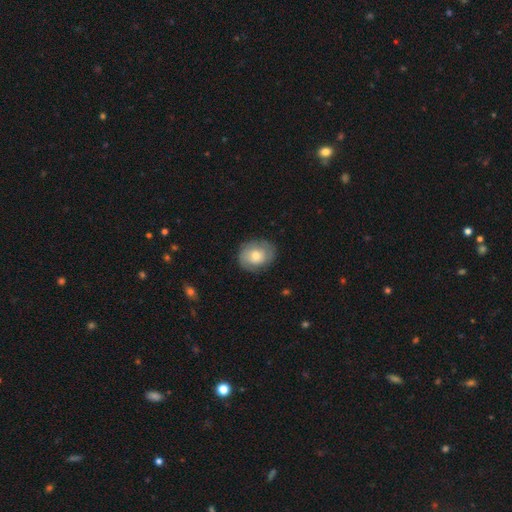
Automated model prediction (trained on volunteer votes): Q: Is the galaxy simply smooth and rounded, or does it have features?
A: smooth — 56%.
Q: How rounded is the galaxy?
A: round — 60%.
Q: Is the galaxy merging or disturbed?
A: none — 77%.